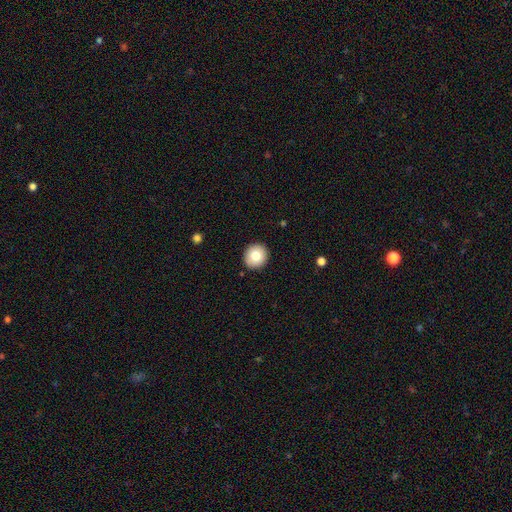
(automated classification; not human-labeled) A smooth galaxy with no disk features (80%) that is round (88%). Merging: none (91%).